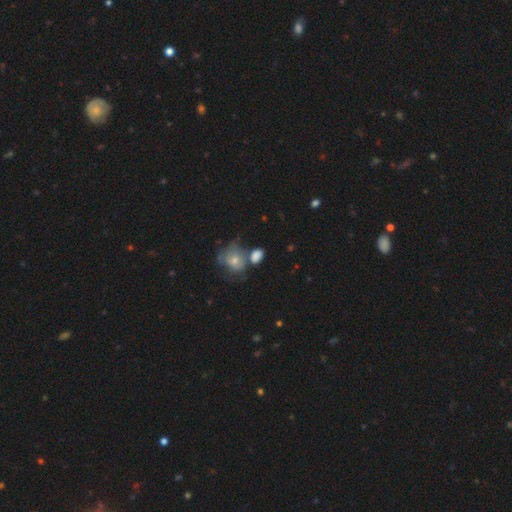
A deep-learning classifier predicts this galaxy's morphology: A smooth galaxy with no disk features (76%) that is in between round and cigar-shaped (69%). Merging: none (41%).